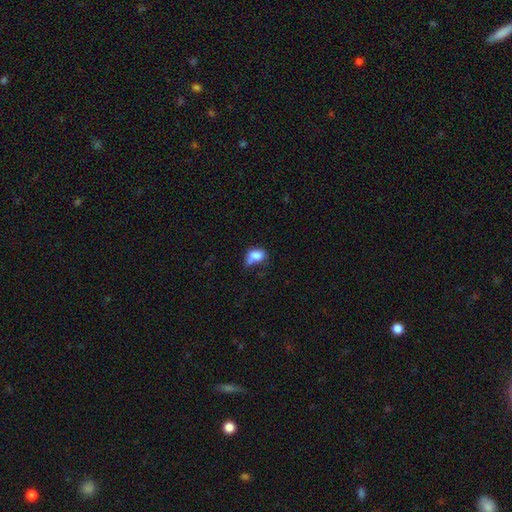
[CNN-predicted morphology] smooth_or_featured: smooth (p=0.78) [alt: featured or disk p=0.12]
how_rounded: in between (p=0.76) [alt: round p=0.22]
merging: none (p=0.33) [alt: minor disturbance p=0.32]